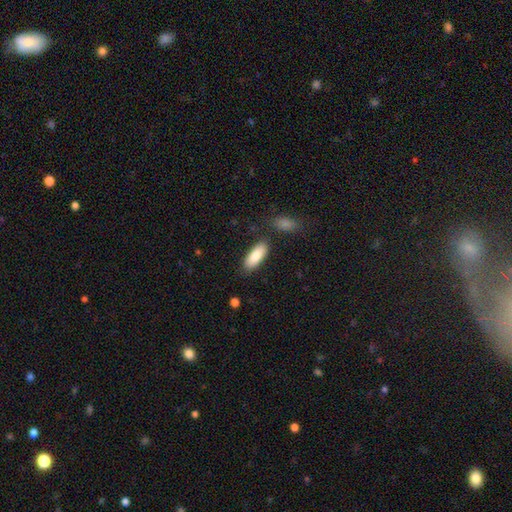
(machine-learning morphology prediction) smooth-or-featured: smooth: 85% | featured or disk: 9% | star or artifact: 6%
  how-rounded: in between: 80% | cigar-shaped: 18% | round: 2%
  merging: none: 80% | minor disturbance: 12% | merger: 5% | major disturbance: 3%